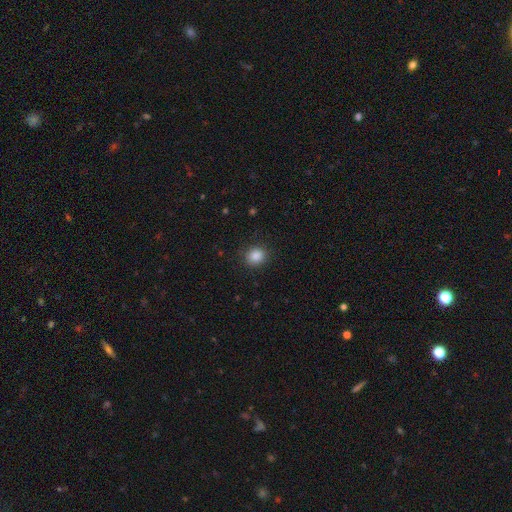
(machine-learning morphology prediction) This appears to be a smooth galaxy with no disk features (86%) that is round (81%). Merging: none (88%).